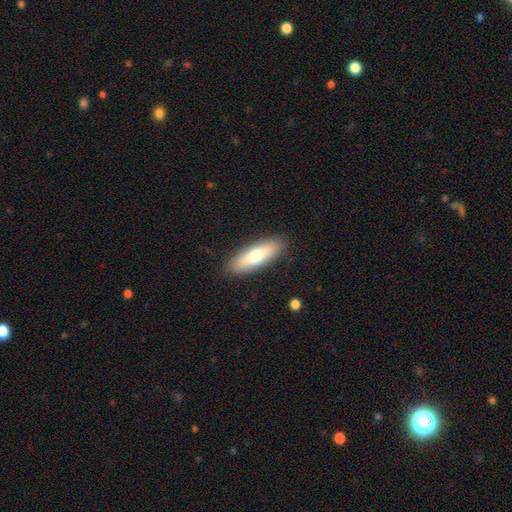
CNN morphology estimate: Smooth or featured? smooth (67%)
How rounded? in between (54%)
Merging? none (89%)